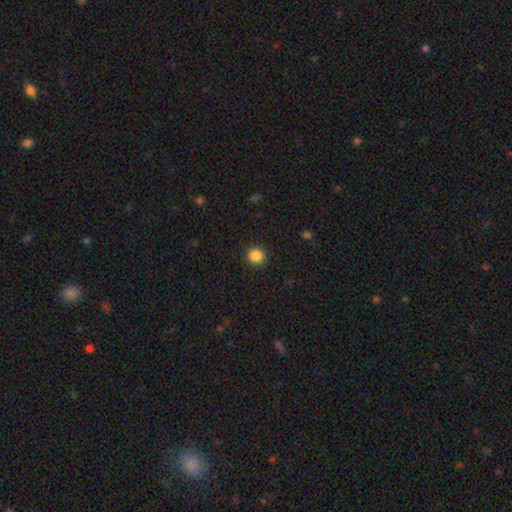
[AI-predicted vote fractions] Smooth or featured? smooth (86%)
How rounded? round (94%)
Merging? none (92%)